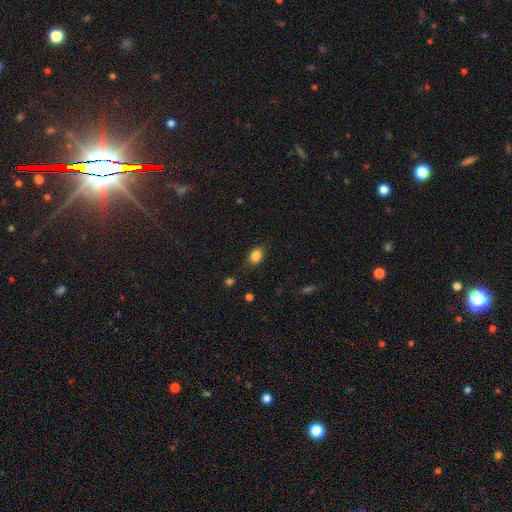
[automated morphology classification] This appears to be a smooth galaxy with no disk features (85%) that is in between round and cigar-shaped (70%). Merging: none (83%).